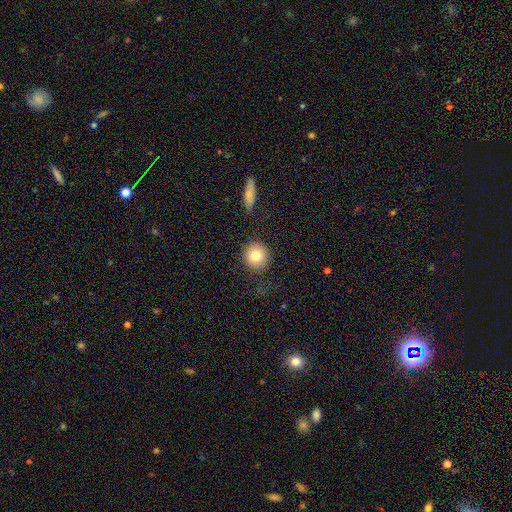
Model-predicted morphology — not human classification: Smooth or featured? Predicted: smooth (p=0.80). How rounded? Predicted: round (p=0.92). Merging? Predicted: none (p=0.82).